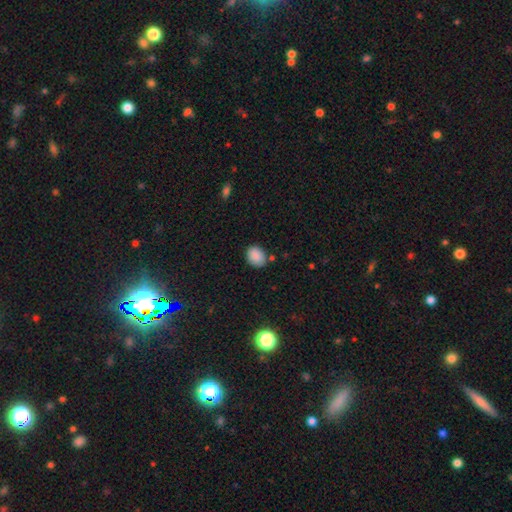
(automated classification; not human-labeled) Smooth or featured: smooth — 88% (star or artifact — 8%)
How rounded: in between — 61% (round — 39%)
Merging: none — 77% (minor disturbance — 16%)